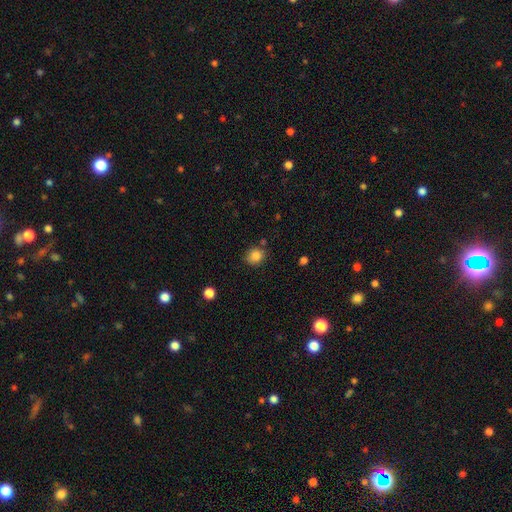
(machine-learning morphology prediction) Smooth or featured?
  - smooth: 85% *
  - star or artifact: 10%
  - featured or disk: 5%
How rounded?
  - round: 74% *
  - in between: 25%
  - cigar-shaped: 1%
Merging?
  - none: 78% *
  - minor disturbance: 14%
  - merger: 5%
  - major disturbance: 3%